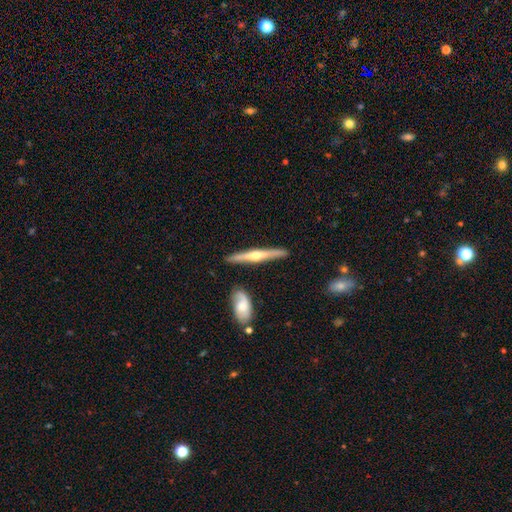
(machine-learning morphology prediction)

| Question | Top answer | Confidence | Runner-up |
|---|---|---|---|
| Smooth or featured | featured or disk | 72% | smooth (23%) |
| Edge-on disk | yes | 96% | no (4%) |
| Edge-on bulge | rounded | 92% | none (6%) |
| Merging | none | 87% | minor disturbance (9%) |